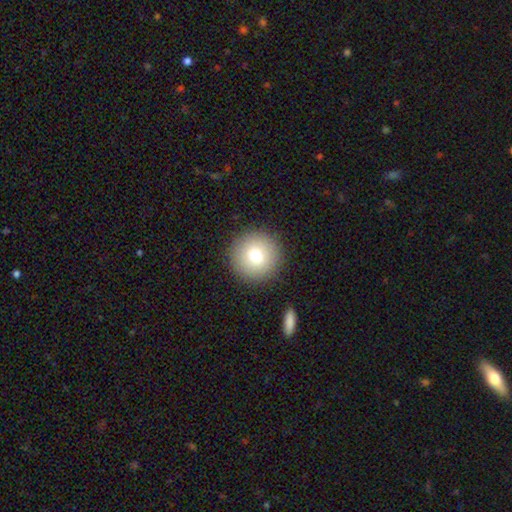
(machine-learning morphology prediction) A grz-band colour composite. It shows a smooth galaxy with no disk features (77%) that is round (96%). Merging: none (91%).